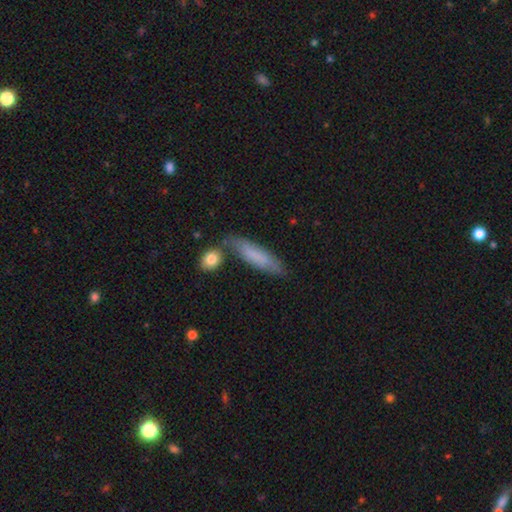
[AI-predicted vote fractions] Smooth or featured? Predicted: smooth (p=0.71). How rounded? Predicted: cigar-shaped (p=0.73). Merging? Predicted: none (p=0.68).